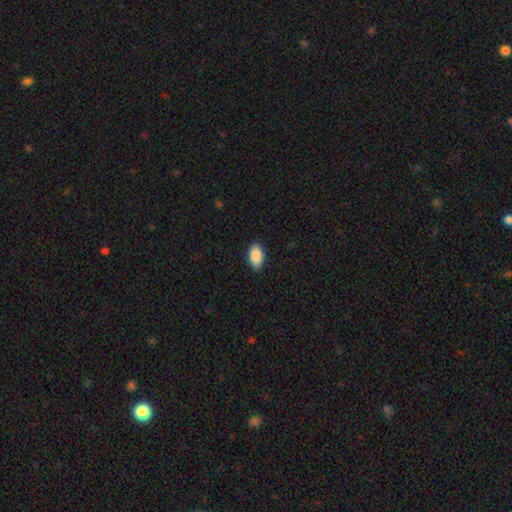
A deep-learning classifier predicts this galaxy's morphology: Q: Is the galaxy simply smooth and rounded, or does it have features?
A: smooth — 90%.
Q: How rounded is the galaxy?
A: in between — 94%.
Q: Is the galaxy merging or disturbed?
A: none — 87%.